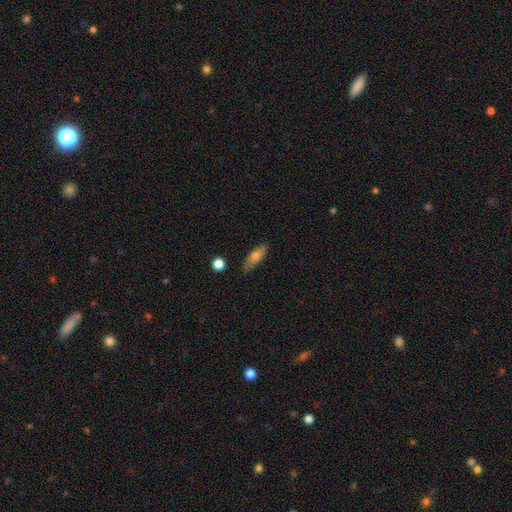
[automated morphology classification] This appears to be a smooth galaxy with no disk features (72%) that is in between round and cigar-shaped (54%). Merging: none (83%).